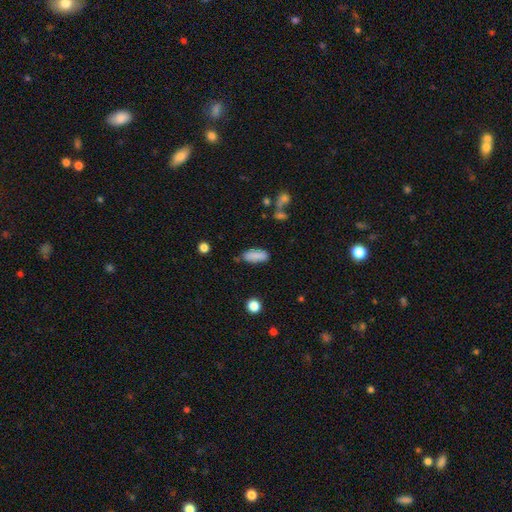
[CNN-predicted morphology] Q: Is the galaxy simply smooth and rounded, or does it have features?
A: smooth — 87%.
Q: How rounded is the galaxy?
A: in between — 76%.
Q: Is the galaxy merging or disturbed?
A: none — 76%.